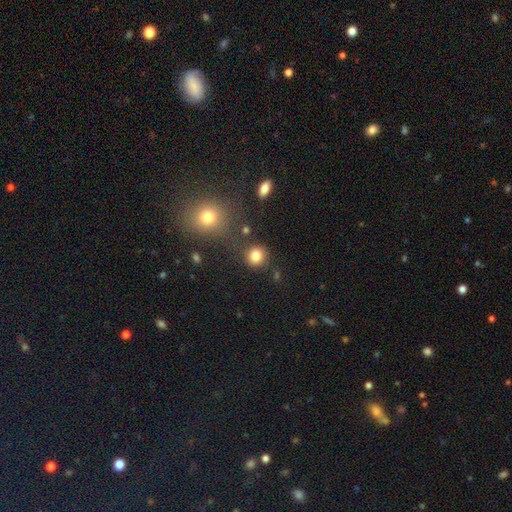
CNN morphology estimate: type=smooth (82%); roundness=round (88%); merging=none (82%).